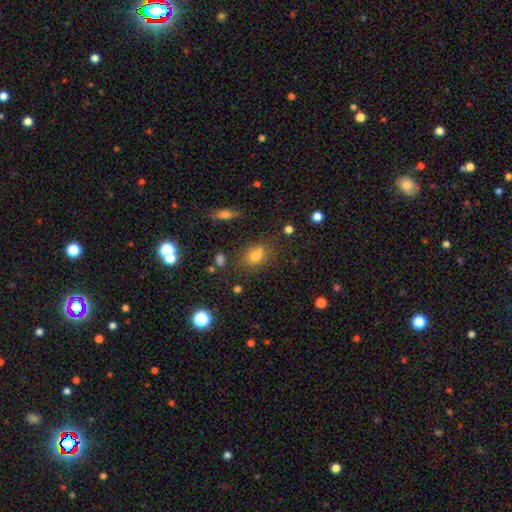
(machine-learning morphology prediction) This appears to be a smooth galaxy with no disk features (73%) that is in between round and cigar-shaped (54%). Merging: none (60%).